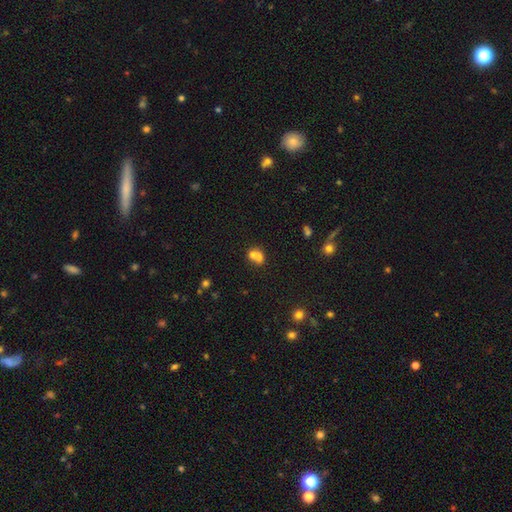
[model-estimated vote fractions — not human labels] Q: Smooth or featured?
A: smooth (69%); runner-up: featured or disk (19%)
Q: How rounded?
A: round (63%); runner-up: in between (35%)
Q: Merging?
A: merger (65%); runner-up: none (25%)